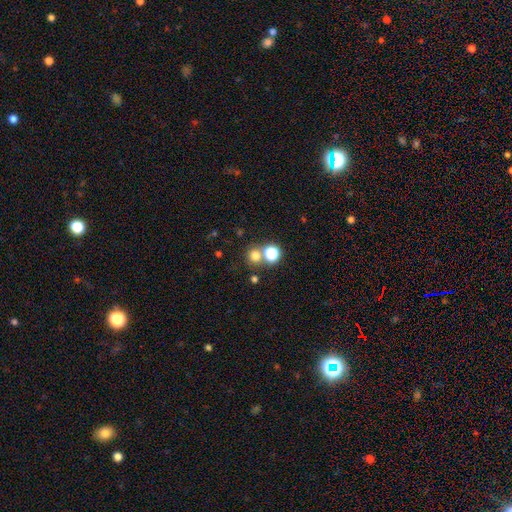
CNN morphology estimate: A smooth galaxy with no disk features (70%) that is round (86%).

Vote fractions:
- Smooth or featured? smooth: 70% / star or artifact: 23% / featured or disk: 7%
- How rounded? round: 86% / in between: 13% / cigar-shaped: 1%
- Merging? none: 65% / merger: 24% / minor disturbance: 7% / major disturbance: 4%